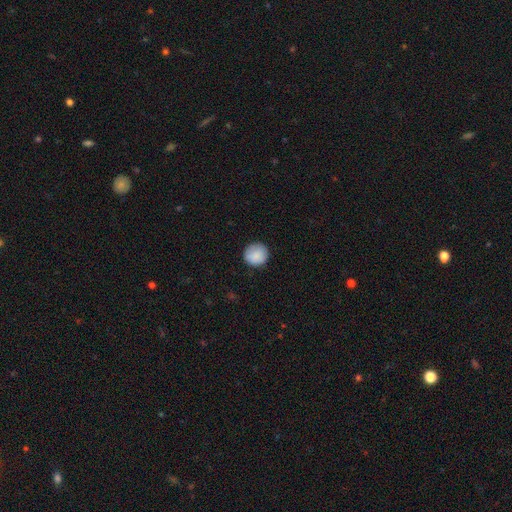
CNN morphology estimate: Overall: smooth (89%). How rounded: round (93%). Merging: none (87%).